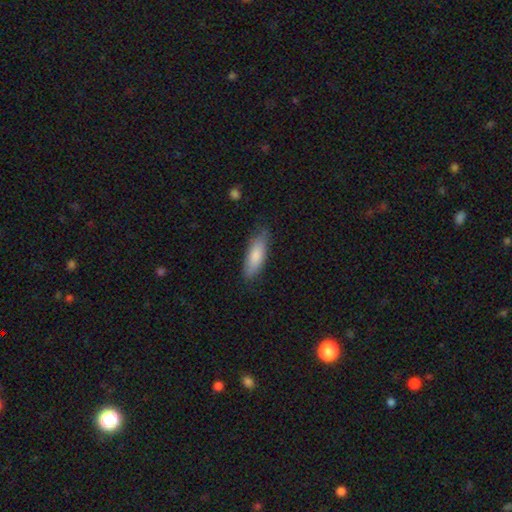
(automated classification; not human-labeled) smooth 82%, featured or disk 12%, star or artifact 6%. Down the decision tree: how rounded — in between (59%); merging — none (77%).